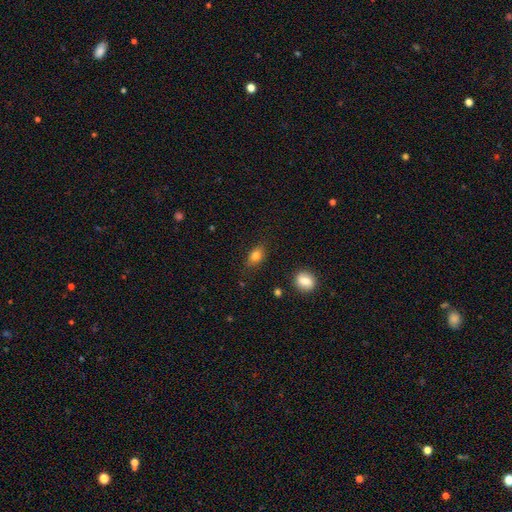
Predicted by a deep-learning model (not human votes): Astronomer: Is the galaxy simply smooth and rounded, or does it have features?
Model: smooth — 79%.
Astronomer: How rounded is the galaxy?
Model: in between — 77%.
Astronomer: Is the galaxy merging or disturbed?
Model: none — 81%.